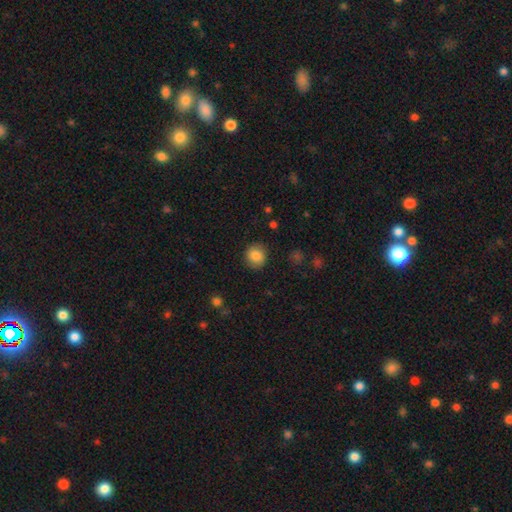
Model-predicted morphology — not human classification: Smooth or featured: smooth — 85% (star or artifact — 9%)
How rounded: round — 88% (in between — 11%)
Merging: none — 88% (minor disturbance — 8%)